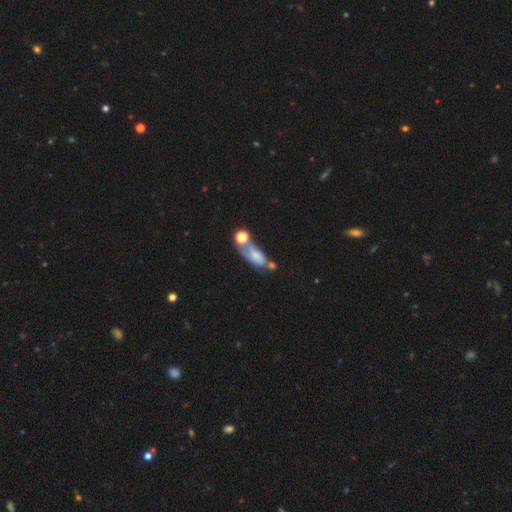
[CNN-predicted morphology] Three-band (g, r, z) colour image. It shows a smooth galaxy with no disk features (50%) that is in between round and cigar-shaped (69%). Merging: merger (37%).